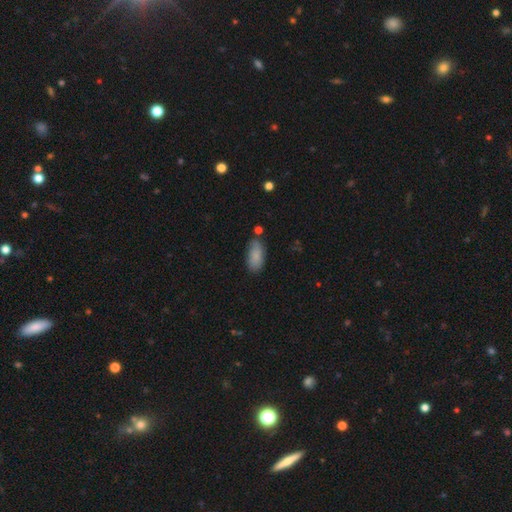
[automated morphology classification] Smooth or featured: smooth — 85% (featured or disk — 9%)
How rounded: in between — 91% (cigar-shaped — 6%)
Merging: none — 71% (minor disturbance — 20%)